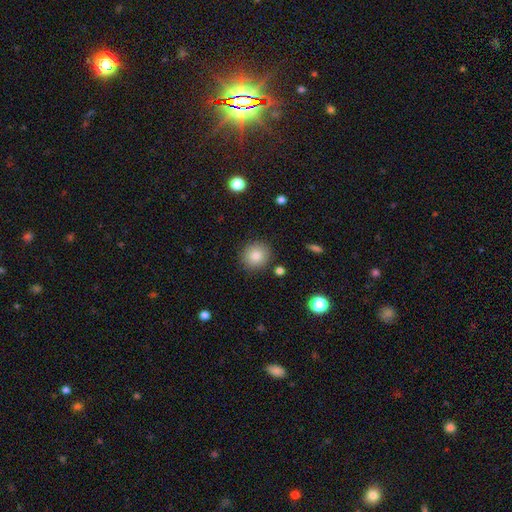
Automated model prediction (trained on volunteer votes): Overall: smooth (84%). How rounded: round (91%). Merging: none (88%).